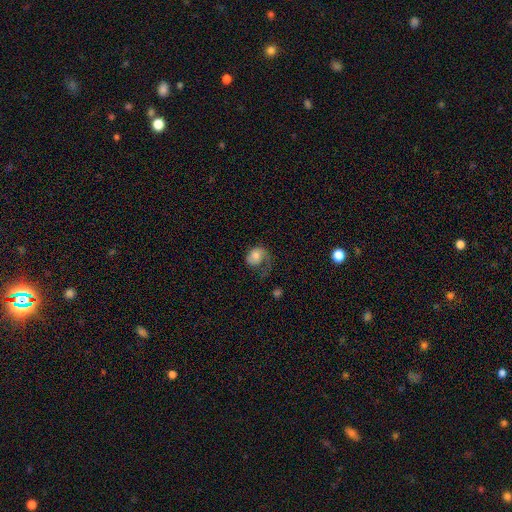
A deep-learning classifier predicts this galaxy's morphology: Smooth or featured? featured or disk (52%)
Edge-on disk? no (97%)
Bar? no (75%)
Spiral arms? yes (84%)
Bulge size? moderate (51%)
Merging? major disturbance (47%)